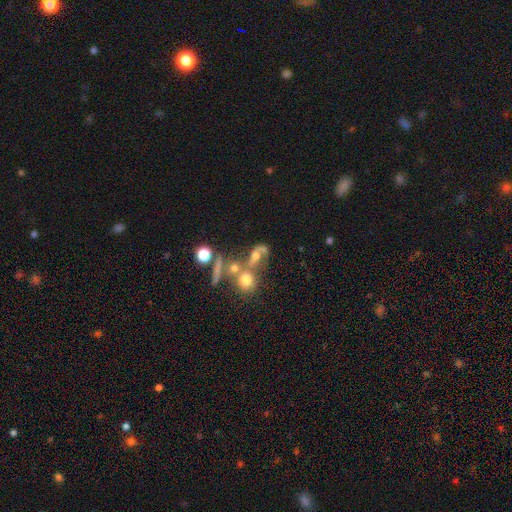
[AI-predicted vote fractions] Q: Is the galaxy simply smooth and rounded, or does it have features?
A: featured or disk — 46%.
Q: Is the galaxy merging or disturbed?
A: merger — 44%.